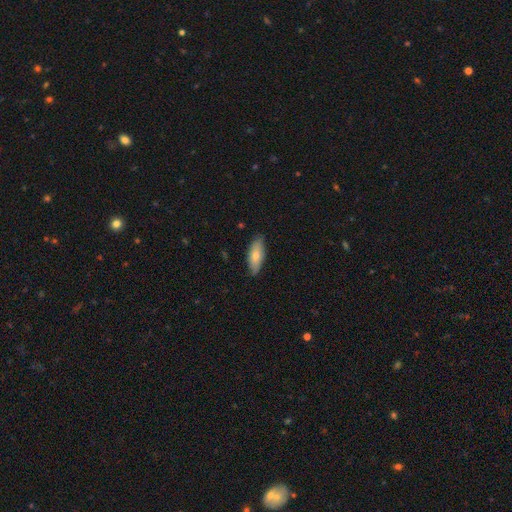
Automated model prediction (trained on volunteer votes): The model was most divided on "smooth or featured": smooth: 71%, featured or disk: 23%, star or artifact: 6%. More confident: merging — none (82%); how rounded — in between (74%).